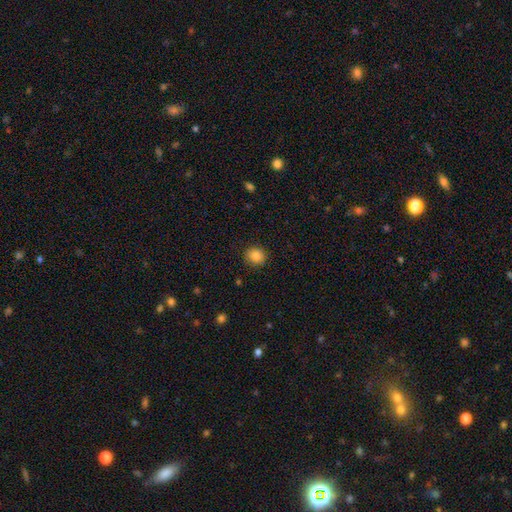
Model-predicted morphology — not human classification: smooth-or-featured: smooth: 84% | star or artifact: 10% | featured or disk: 6%
  how-rounded: round: 86% | in between: 13% | cigar-shaped: 1%
  merging: none: 89% | minor disturbance: 8% | major disturbance: 2% | merger: 1%